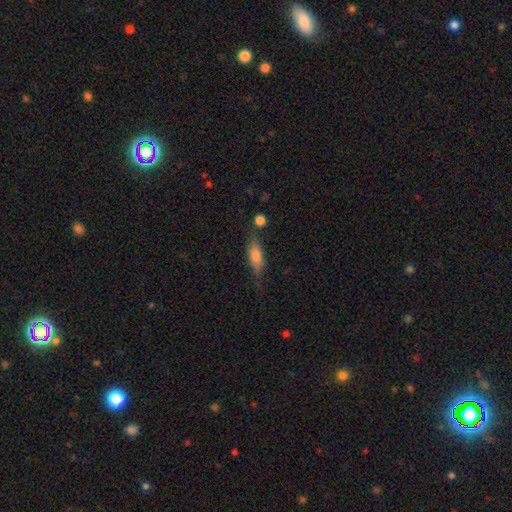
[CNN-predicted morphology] A smooth galaxy with no disk features (76%) that is in between round and cigar-shaped (66%). Merging: none (61%).